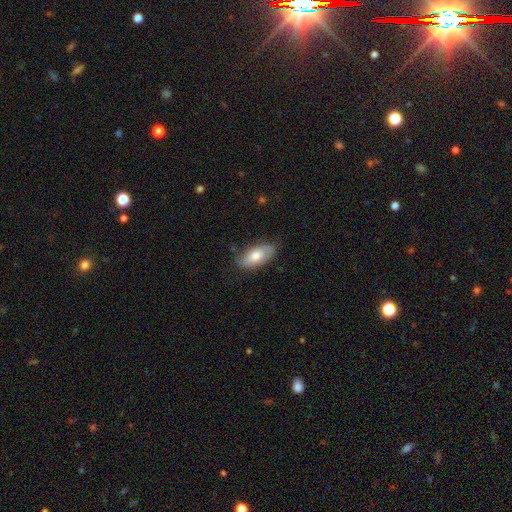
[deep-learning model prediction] Smooth or featured? smooth (66%)
How rounded? in between (90%)
Merging? none (76%)